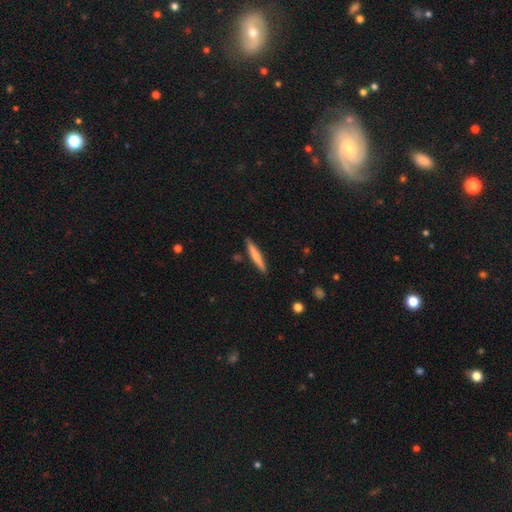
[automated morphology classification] Smooth or featured?
  - smooth: 71% *
  - featured or disk: 23%
  - star or artifact: 5%
How rounded?
  - cigar-shaped: 94% *
  - in between: 5%
  - round: 1%
Merging?
  - none: 89% *
  - minor disturbance: 8%
  - merger: 2%
  - major disturbance: 2%